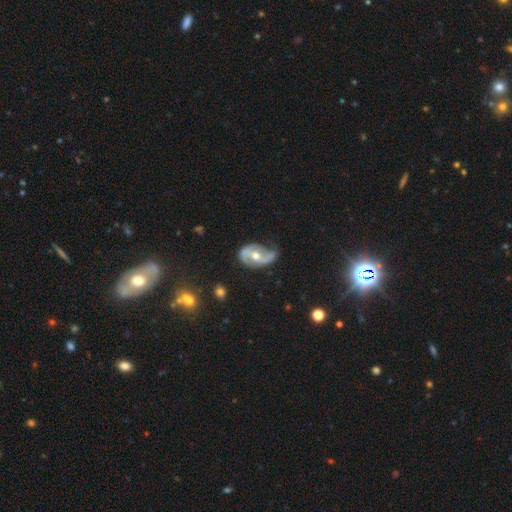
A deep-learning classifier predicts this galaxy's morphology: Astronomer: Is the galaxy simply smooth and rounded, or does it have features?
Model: featured or disk — 83%.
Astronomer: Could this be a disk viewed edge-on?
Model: no — 97%.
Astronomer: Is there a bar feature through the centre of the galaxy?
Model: no — 50% (runner-up: weak, 33%).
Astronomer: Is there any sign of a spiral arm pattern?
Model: yes — 89%.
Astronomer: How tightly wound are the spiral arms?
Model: loose — 41% (runner-up: medium, 40%).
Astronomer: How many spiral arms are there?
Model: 2 — 84%.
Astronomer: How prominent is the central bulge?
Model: moderate — 77%.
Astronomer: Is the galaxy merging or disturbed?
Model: none — 51% (runner-up: minor disturbance, 31%).